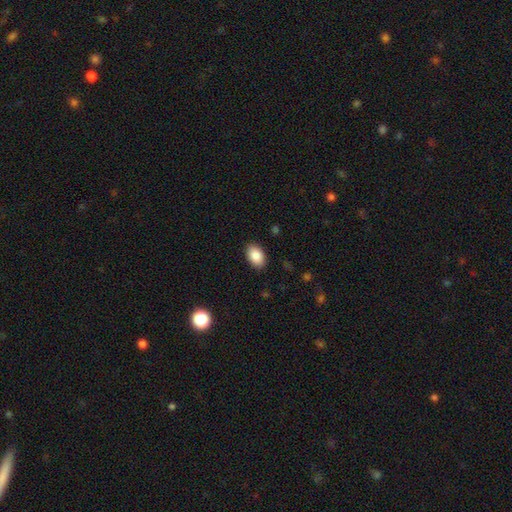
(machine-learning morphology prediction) Smooth or featured: smooth — 88% (star or artifact — 7%)
How rounded: in between — 90% (round — 9%)
Merging: none — 89% (minor disturbance — 8%)